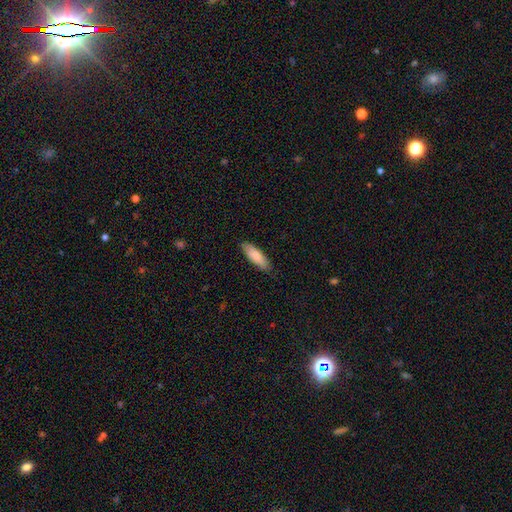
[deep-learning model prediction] A smooth galaxy with no disk features (84%) that is cigar-shaped (51%).

Vote fractions:
- Smooth or featured? smooth: 84% / featured or disk: 11% / star or artifact: 5%
- How rounded? cigar-shaped: 51% / in between: 47% / round: 1%
- Merging? none: 86% / minor disturbance: 11% / major disturbance: 2% / merger: 1%